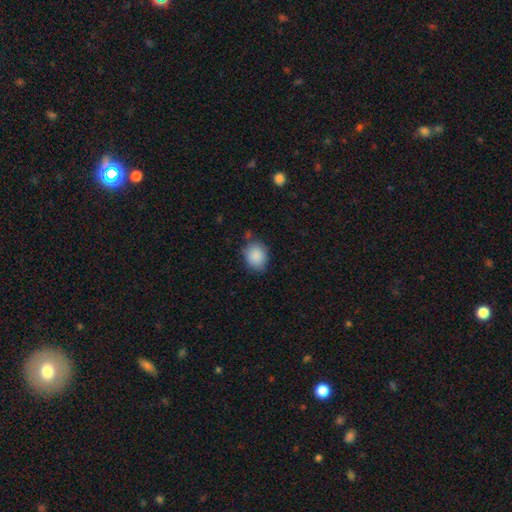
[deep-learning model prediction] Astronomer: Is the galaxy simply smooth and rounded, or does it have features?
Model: smooth — 88%.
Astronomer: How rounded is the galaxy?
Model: round — 57% (runner-up: in between, 42%).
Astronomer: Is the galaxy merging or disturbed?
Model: none — 74%.